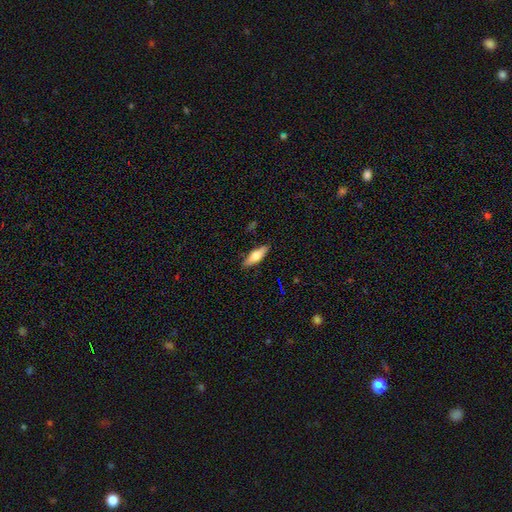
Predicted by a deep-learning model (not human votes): This appears to be a smooth galaxy with no disk features (57%) that is cigar-shaped (51%). Merging: none (87%).